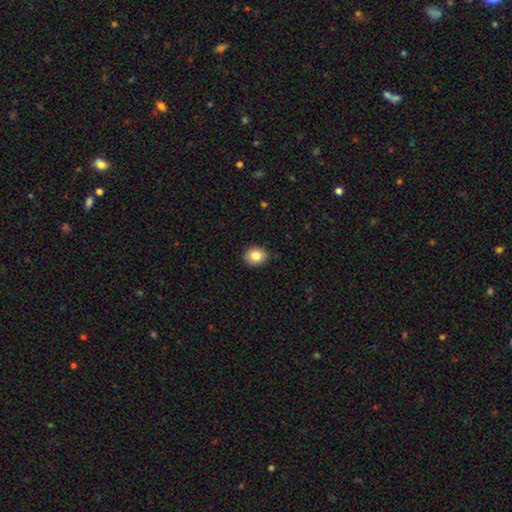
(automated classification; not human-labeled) Smooth or featured? Predicted: smooth (p=0.84). How rounded? Predicted: round (p=0.59). Merging? Predicted: none (p=0.89).